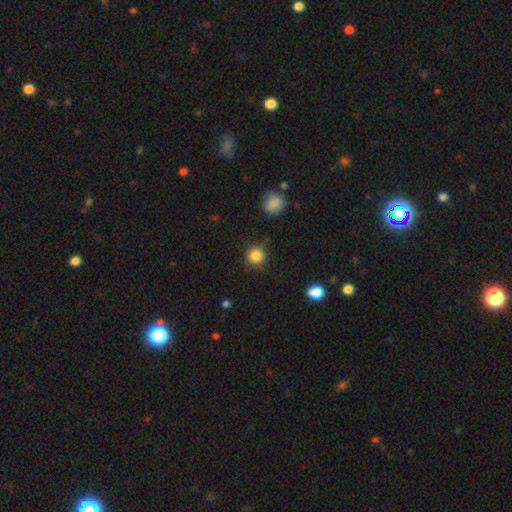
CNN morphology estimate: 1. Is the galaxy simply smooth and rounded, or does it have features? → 85% smooth, 11% star or artifact, 4% featured or disk.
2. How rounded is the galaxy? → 93% round, 6% in between, 1% cigar-shaped.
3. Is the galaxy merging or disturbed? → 88% none, 8% minor disturbance, 3% major disturbance, 2% merger.